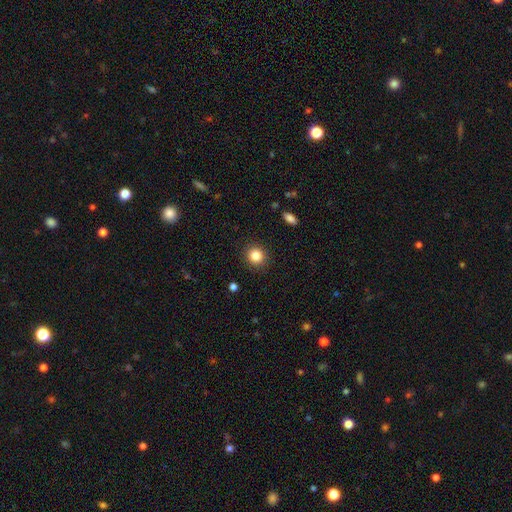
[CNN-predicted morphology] This is clearly a smooth galaxy (84%). How rounded: clearly round (88%). Merging: clearly none (91%).